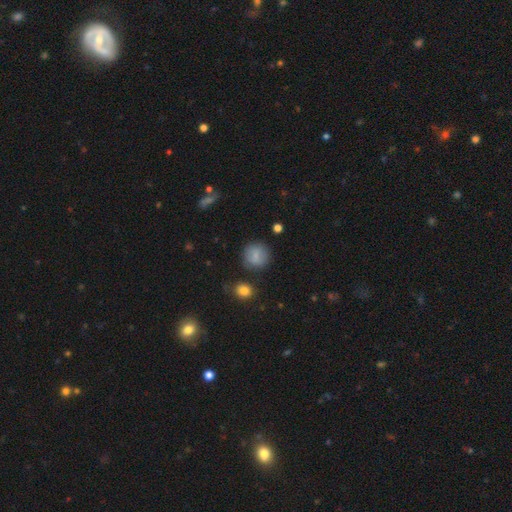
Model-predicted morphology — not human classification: The model was most divided on "smooth or featured": smooth: 77%, featured or disk: 14%, star or artifact: 9%. More confident: how rounded — round (90%); merging — none (82%).